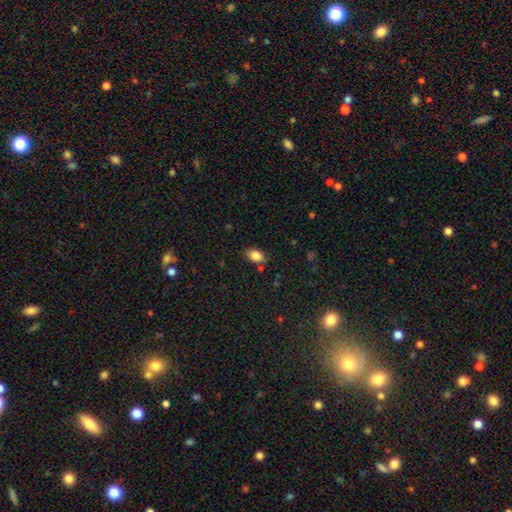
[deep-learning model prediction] Smooth or featured? Predicted: smooth (p=0.85). How rounded? Predicted: in between (p=0.84). Merging? Predicted: none (p=0.79).